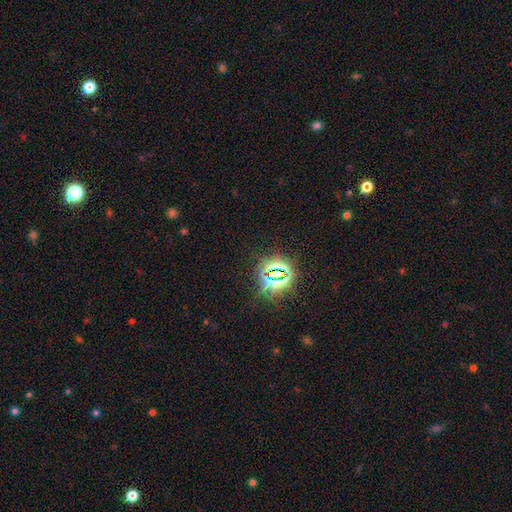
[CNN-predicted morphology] Smooth or featured? star or artifact (76%)